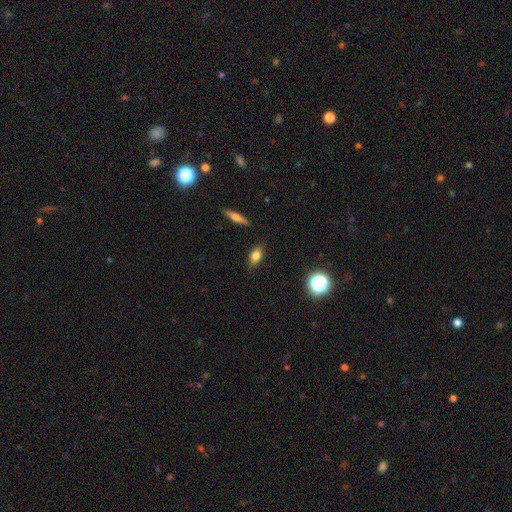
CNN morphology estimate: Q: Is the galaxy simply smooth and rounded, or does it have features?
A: smooth — 75%.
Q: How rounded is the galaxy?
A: in between — 79%.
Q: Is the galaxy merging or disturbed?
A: none — 86%.